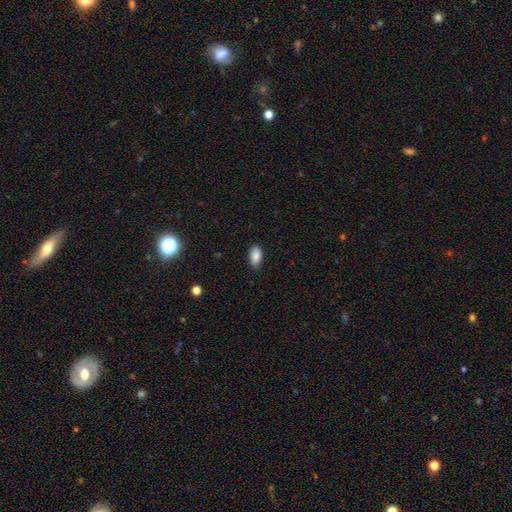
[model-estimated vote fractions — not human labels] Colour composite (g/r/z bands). It shows a smooth galaxy with no disk features (87%) that is in between round and cigar-shaped (93%). Merging: none (83%).